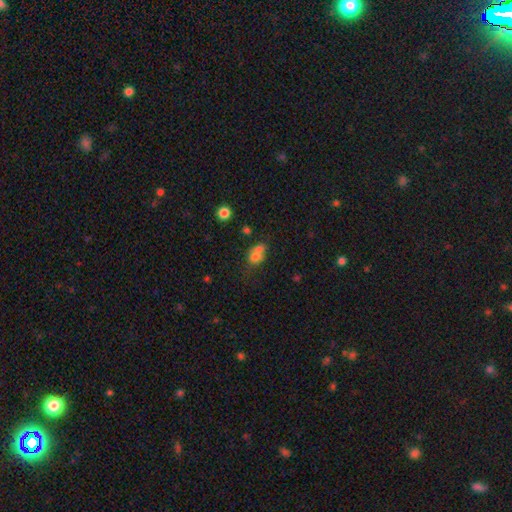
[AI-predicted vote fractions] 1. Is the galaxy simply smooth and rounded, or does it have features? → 70% smooth, 17% featured or disk, 13% star or artifact.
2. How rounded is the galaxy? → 62% round, 37% in between, 1% cigar-shaped.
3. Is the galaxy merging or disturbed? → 57% merger, 29% none, 10% minor disturbance, 5% major disturbance.